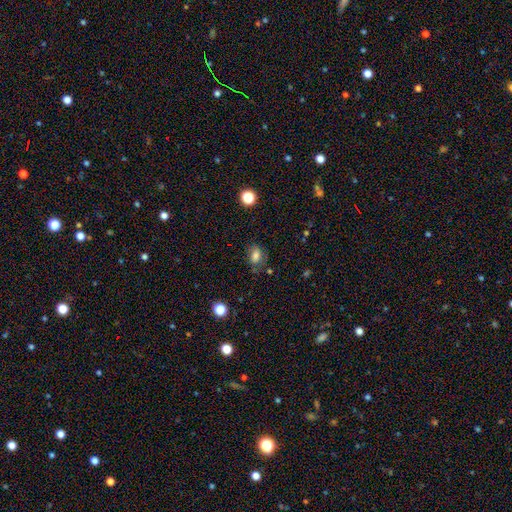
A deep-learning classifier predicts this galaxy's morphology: type=smooth (73%); roundness=in between (74%); merging=none (68%).